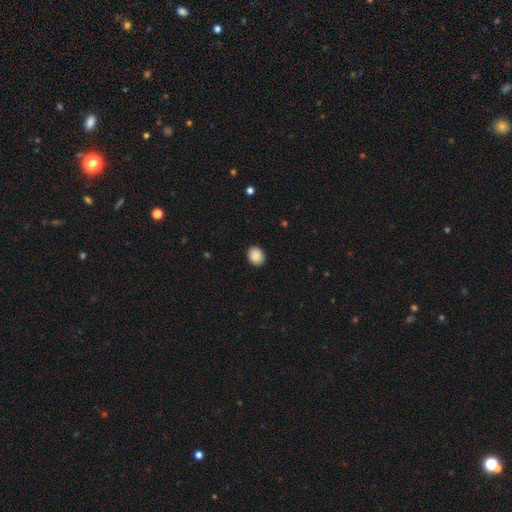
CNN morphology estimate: A smooth galaxy with no disk features (89%) that is round (54%).

Vote fractions:
- Smooth or featured? smooth: 89% / star or artifact: 8% / featured or disk: 3%
- How rounded? round: 54% / in between: 45% / cigar-shaped: 1%
- Merging? none: 90% / minor disturbance: 7% / major disturbance: 2% / merger: 1%